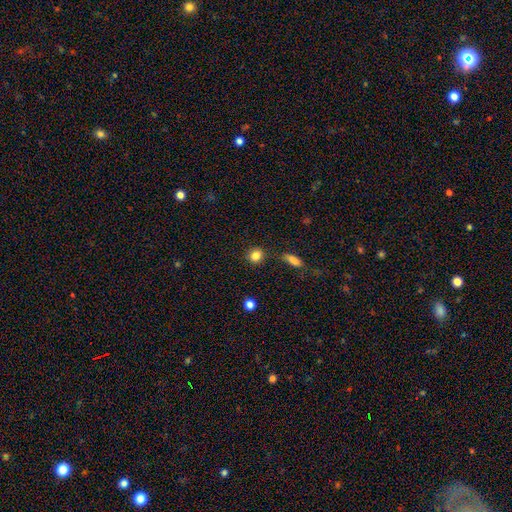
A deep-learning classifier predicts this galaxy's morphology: type=smooth (84%); roundness=round (80%); merging=none (86%).